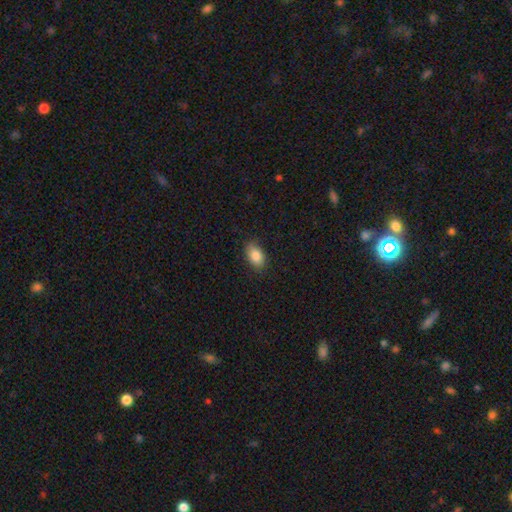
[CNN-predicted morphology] Overall: smooth (86%). How rounded: in between (87%). Merging: none (84%).